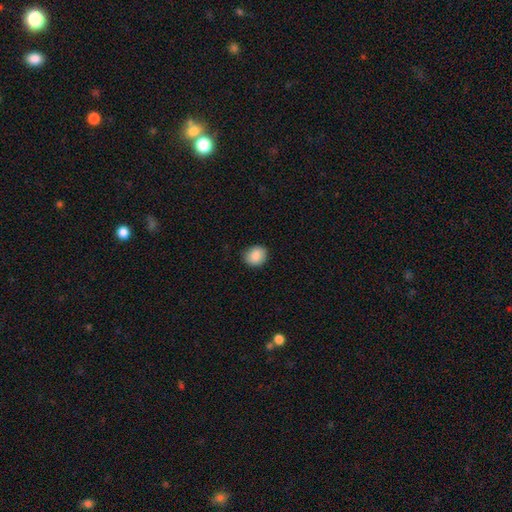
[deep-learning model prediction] smooth_or_featured: smooth (p=0.88) [alt: star or artifact p=0.08]
how_rounded: round (p=0.67) [alt: in between p=0.32]
merging: none (p=0.88) [alt: minor disturbance p=0.09]